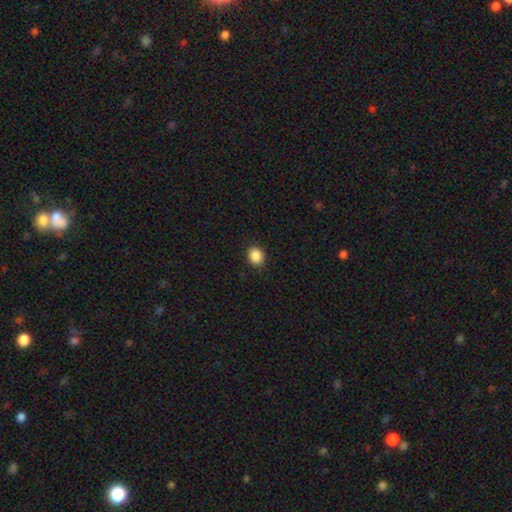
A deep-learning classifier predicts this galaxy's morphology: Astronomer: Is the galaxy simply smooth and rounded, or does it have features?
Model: smooth — 89%.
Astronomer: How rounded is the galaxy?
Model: round — 57% (runner-up: in between, 42%).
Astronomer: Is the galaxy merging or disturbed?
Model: none — 89%.